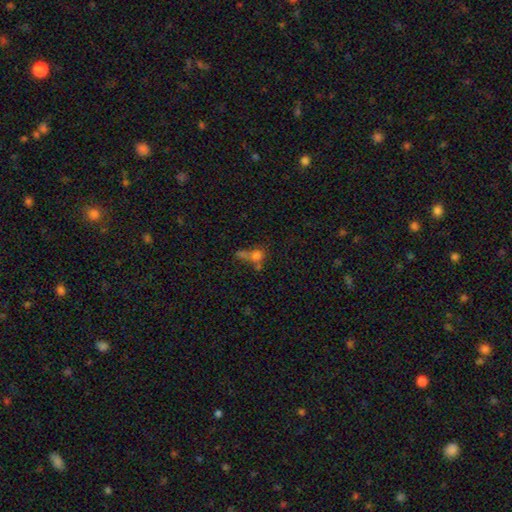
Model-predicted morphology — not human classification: smooth-or-featured: smooth: 63% | star or artifact: 19% | featured or disk: 18%
  how-rounded: round: 60% | in between: 35% | cigar-shaped: 5%
  merging: merger: 47% | none: 27% | major disturbance: 14% | minor disturbance: 12%